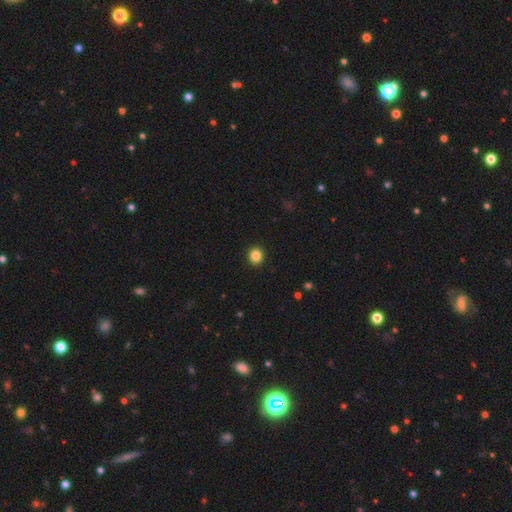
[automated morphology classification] type=smooth (85%); roundness=round (85%); merging=none (93%).